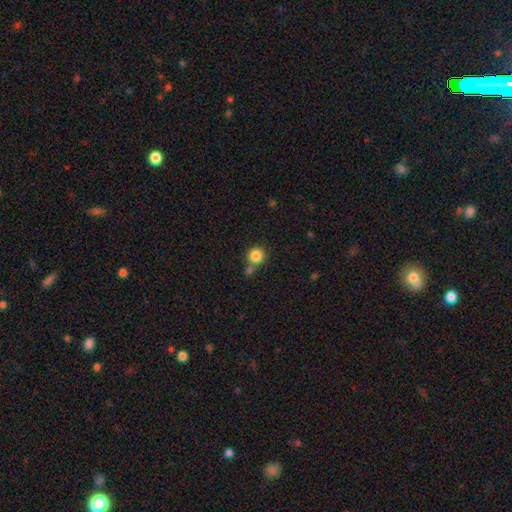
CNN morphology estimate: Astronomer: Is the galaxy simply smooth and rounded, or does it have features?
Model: smooth — 84%.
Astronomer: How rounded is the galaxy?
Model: round — 92%.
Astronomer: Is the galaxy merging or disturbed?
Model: none — 64%.